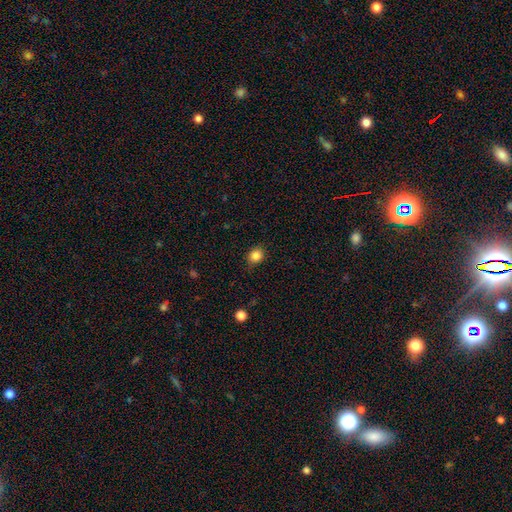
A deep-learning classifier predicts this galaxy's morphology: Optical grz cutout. It shows a smooth galaxy with no disk features (84%) that is round (68%). Merging: none (83%).